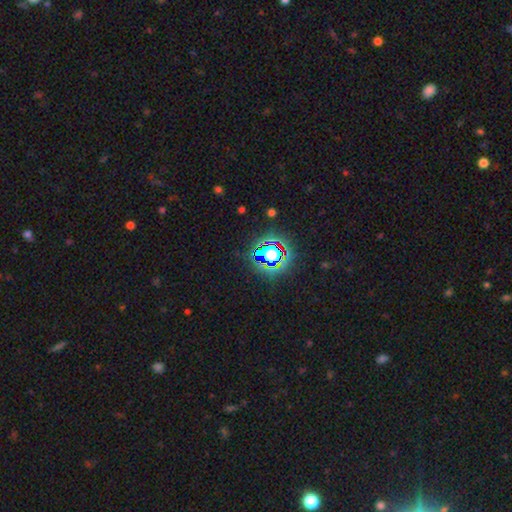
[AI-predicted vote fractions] Morphology: type=star or artifact (77%).